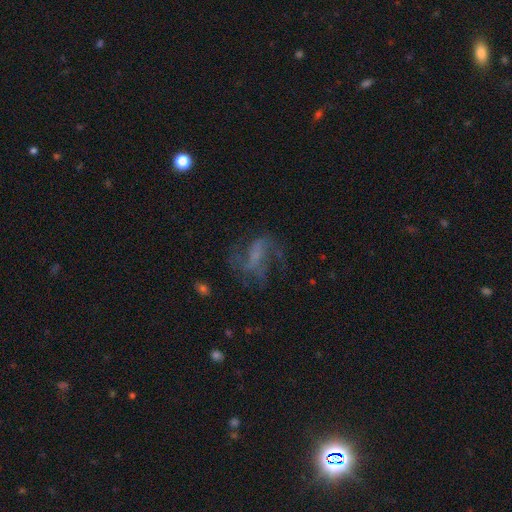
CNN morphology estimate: This is likely a featured or disk galaxy (67%). It is clearly not viewed edge-on (96%). Bar: marginally no (44%). Spiral arm pattern: clearly yes (80%). Spiral arm count: marginally 2 (38%). Spiral winding: possibly loose (50%). Central bulge: possibly none (47%). Merging: possibly none (53%).